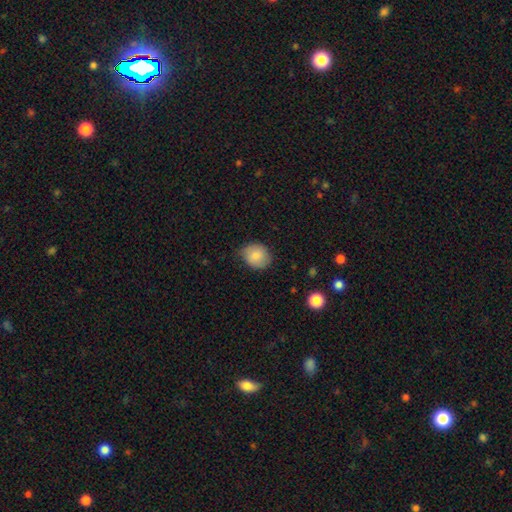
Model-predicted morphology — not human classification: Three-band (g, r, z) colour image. It shows a smooth galaxy with no disk features (82%) that is round (63%). Merging: none (68%).